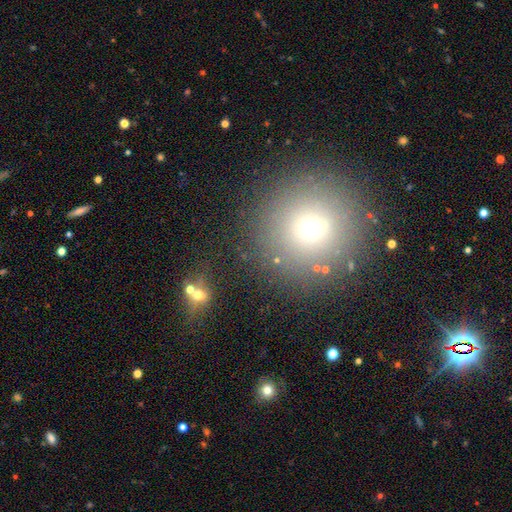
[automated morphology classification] Smooth or featured?
  - smooth: 59% *
  - star or artifact: 27%
  - featured or disk: 14%
How rounded?
  - round: 94% *
  - in between: 5%
  - cigar-shaped: 1%
Merging?
  - none: 86% *
  - minor disturbance: 8%
  - major disturbance: 3%
  - merger: 3%